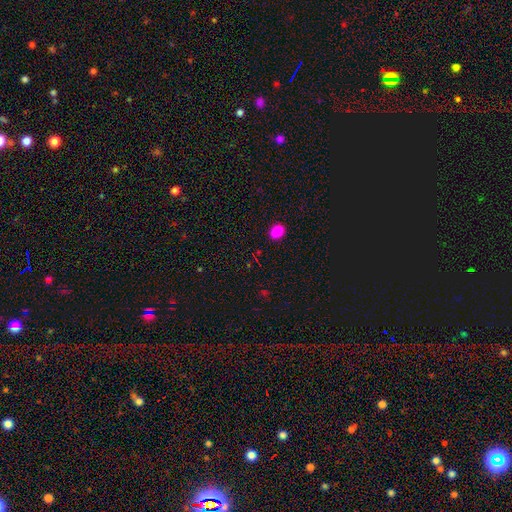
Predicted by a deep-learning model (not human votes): Morphology: type=smooth (64%); roundness=round (49%); merging=none (63%).